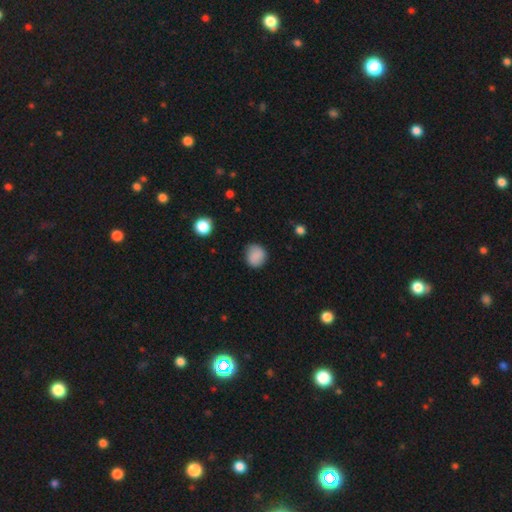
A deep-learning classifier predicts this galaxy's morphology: A smooth galaxy with no disk features (86%) that is round (83%).

Vote fractions:
- Smooth or featured? smooth: 86% / star or artifact: 9% / featured or disk: 5%
- How rounded? round: 83% / in between: 16% / cigar-shaped: 1%
- Merging? none: 81% / minor disturbance: 15% / major disturbance: 3% / merger: 1%